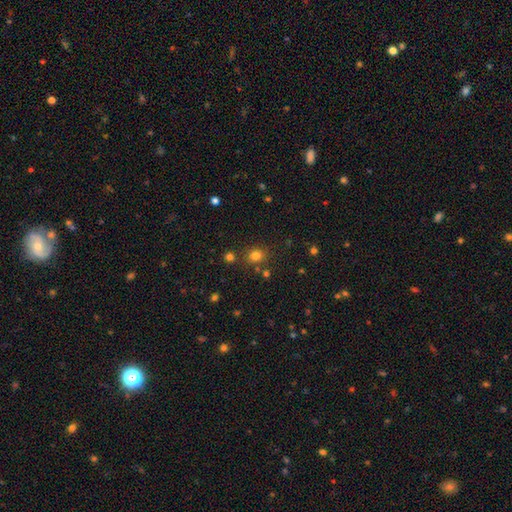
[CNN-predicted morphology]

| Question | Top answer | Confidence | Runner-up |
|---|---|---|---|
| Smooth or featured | smooth | 76% | star or artifact (17%) |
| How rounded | round | 73% | in between (26%) |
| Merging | none | 80% | minor disturbance (9%) |